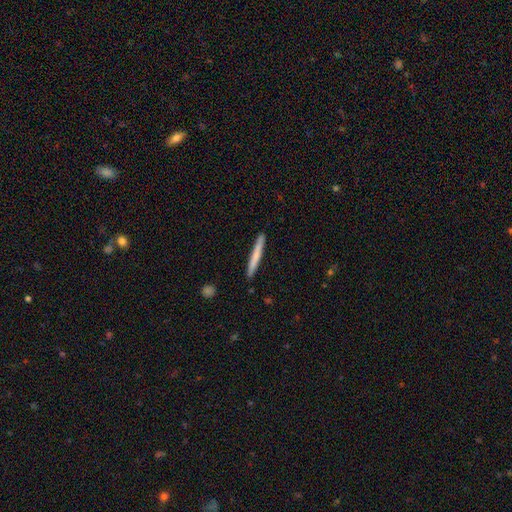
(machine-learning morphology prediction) smooth-or-featured: smooth: 65% | featured or disk: 30% | star or artifact: 5%
  how-rounded: cigar-shaped: 97% | in between: 2% | round: 1%
  merging: none: 90% | minor disturbance: 7% | major disturbance: 1% | merger: 1%